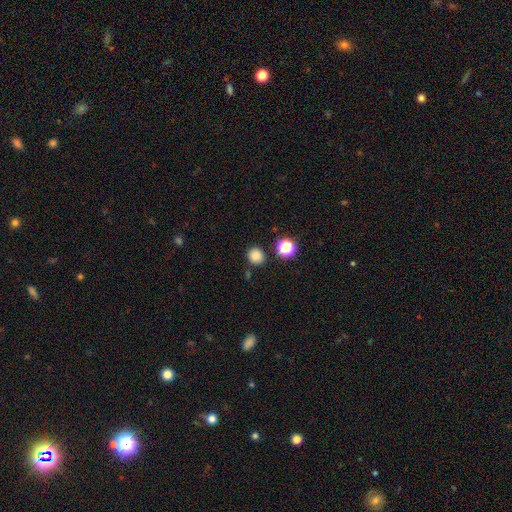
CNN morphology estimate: smooth_or_featured: smooth (p=0.82) [alt: star or artifact p=0.14]
how_rounded: round (p=0.86) [alt: in between p=0.13]
merging: none (p=0.85) [alt: minor disturbance p=0.08]